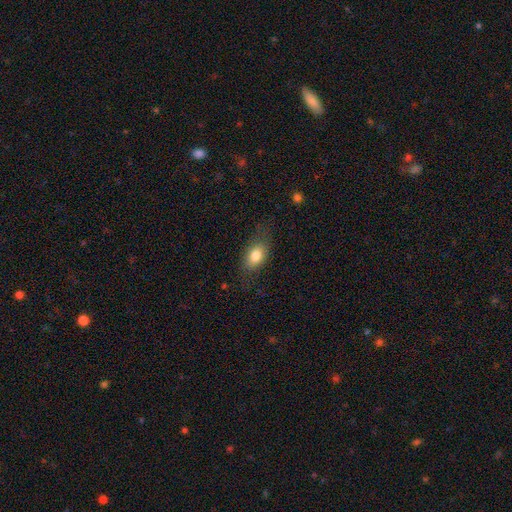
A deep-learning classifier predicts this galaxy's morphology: Overall: smooth (79%). How rounded: in between (83%). Merging: none (70%).